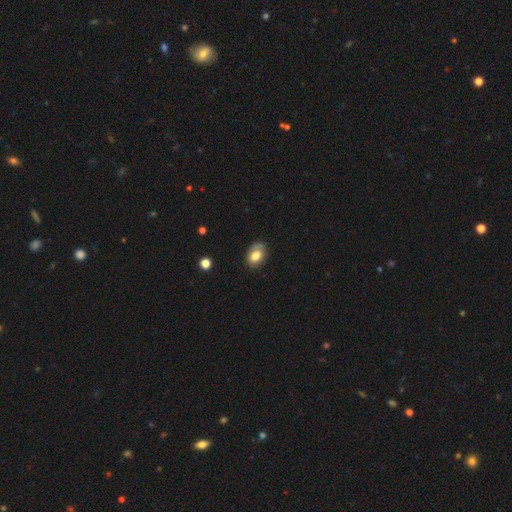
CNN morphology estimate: Smooth or featured? smooth (75%)
How rounded? in between (81%)
Merging? none (63%)